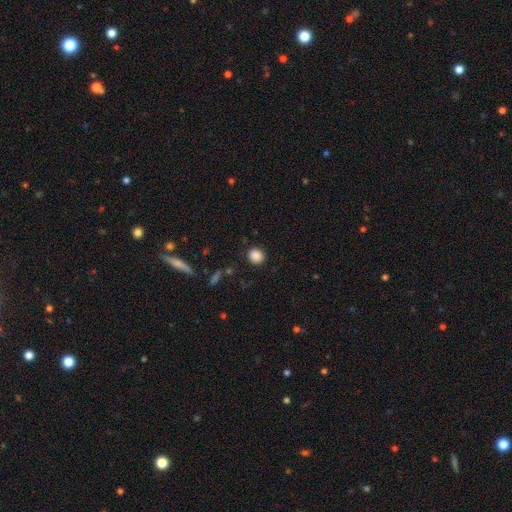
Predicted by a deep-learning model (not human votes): Smooth or featured: smooth — 87% (star or artifact — 10%)
How rounded: round — 87% (in between — 12%)
Merging: none — 90% (minor disturbance — 6%)